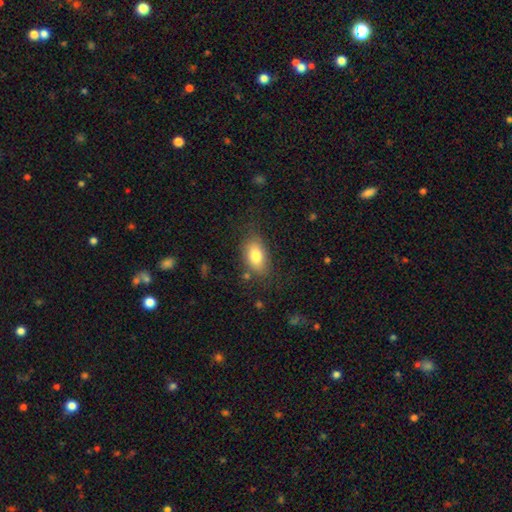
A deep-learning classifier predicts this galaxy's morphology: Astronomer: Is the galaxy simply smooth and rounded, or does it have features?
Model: smooth — 80%.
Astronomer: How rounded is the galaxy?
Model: in between — 89%.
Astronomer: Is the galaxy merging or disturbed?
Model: none — 75%.